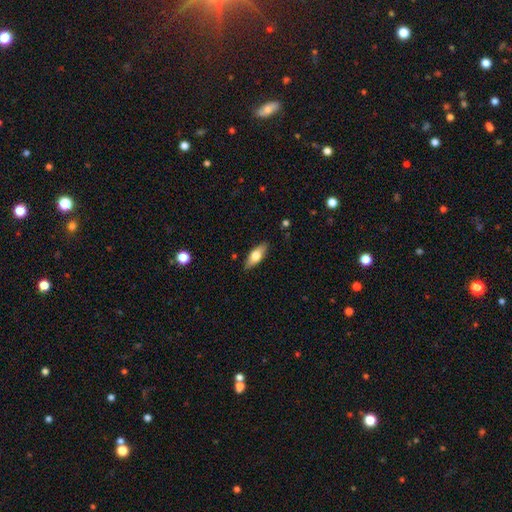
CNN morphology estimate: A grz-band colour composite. It shows a smooth galaxy with no disk features (61%) that is in between round and cigar-shaped (71%). Merging: none (87%).